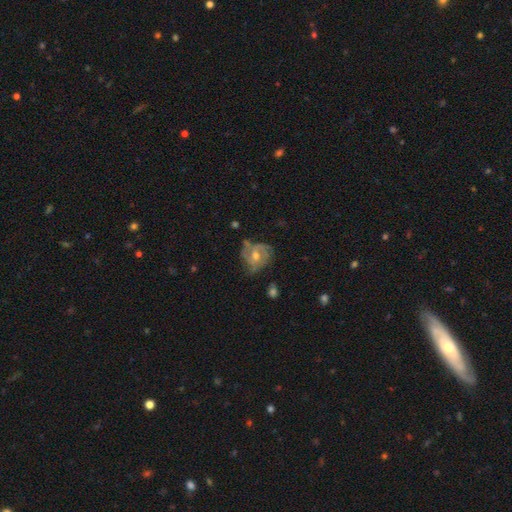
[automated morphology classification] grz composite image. It shows a featured or disk galaxy (73%) with no bar (67%), 3 (33%) tight (48%) spiral arms (85%) and a moderate central bulge (66%). Merging: none (59%).